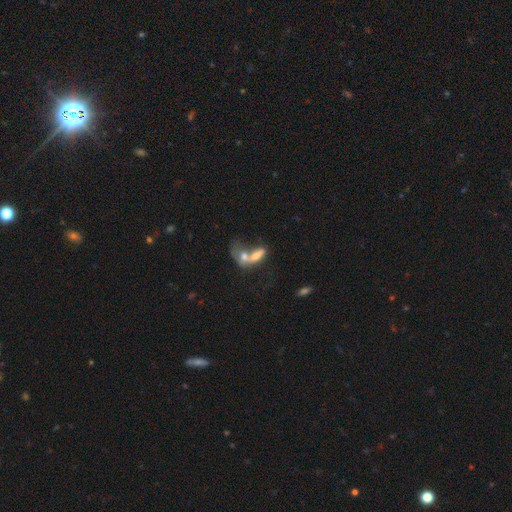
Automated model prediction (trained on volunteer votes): Smooth or featured?
  - smooth: 59% *
  - featured or disk: 32%
  - star or artifact: 9%
How rounded?
  - in between: 67% *
  - cigar-shaped: 23%
  - round: 10%
Merging?
  - merger: 71% *
  - none: 12%
  - major disturbance: 10%
  - minor disturbance: 6%